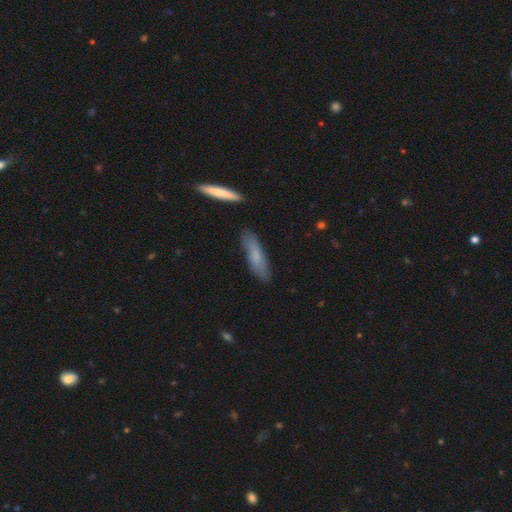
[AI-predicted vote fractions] Q: Smooth or featured?
A: smooth (72%); runner-up: featured or disk (22%)
Q: How rounded?
A: cigar-shaped (74%); runner-up: in between (24%)
Q: Merging?
A: none (82%); runner-up: minor disturbance (13%)